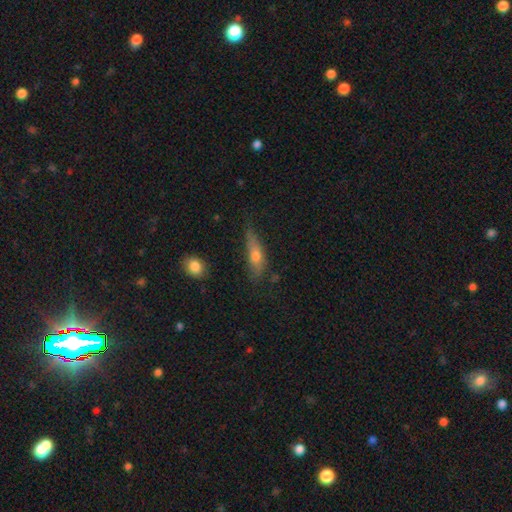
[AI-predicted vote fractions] smooth-or-featured: smooth: 59% | featured or disk: 32% | star or artifact: 8%
  how-rounded: cigar-shaped: 58% | in between: 38% | round: 4%
  merging: none: 54% | minor disturbance: 32% | major disturbance: 11% | merger: 3%